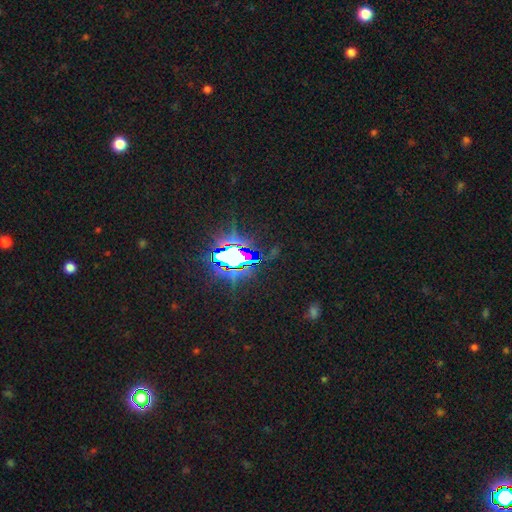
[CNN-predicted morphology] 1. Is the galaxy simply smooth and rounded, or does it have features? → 82% star or artifact, 10% smooth, 8% featured or disk.